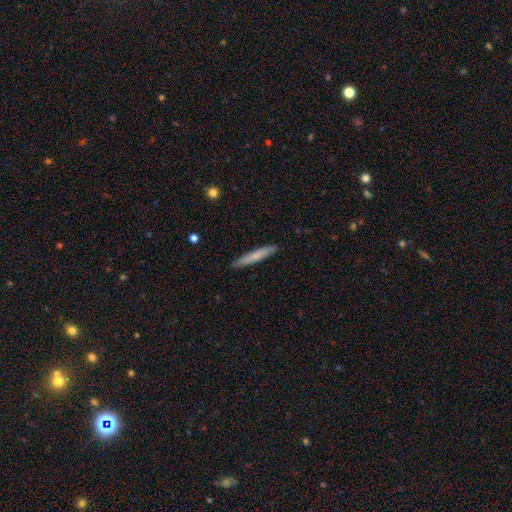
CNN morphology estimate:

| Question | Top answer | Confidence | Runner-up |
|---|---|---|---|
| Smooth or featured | smooth | 67% | featured or disk (27%) |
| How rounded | cigar-shaped | 94% | in between (4%) |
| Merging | none | 89% | minor disturbance (8%) |